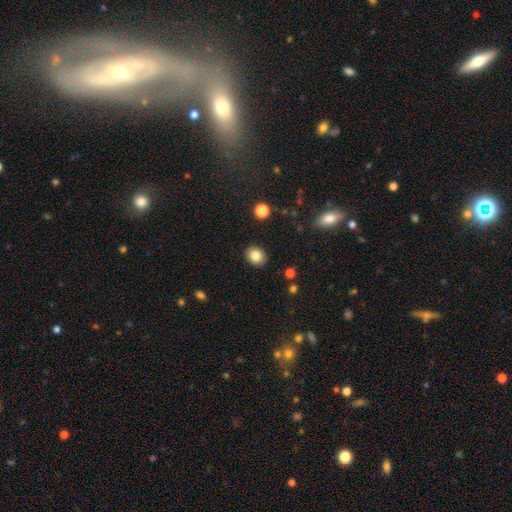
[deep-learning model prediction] smooth-or-featured: smooth: 83% | star or artifact: 10% | featured or disk: 7%
  how-rounded: round: 59% | in between: 40% | cigar-shaped: 1%
  merging: none: 90% | minor disturbance: 7% | major disturbance: 2% | merger: 1%